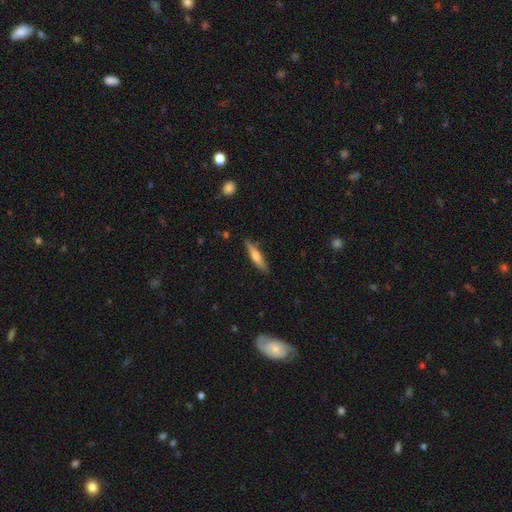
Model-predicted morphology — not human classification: This appears to be a smooth galaxy with no disk features (61%) that is cigar-shaped (84%). Merging: none (86%).